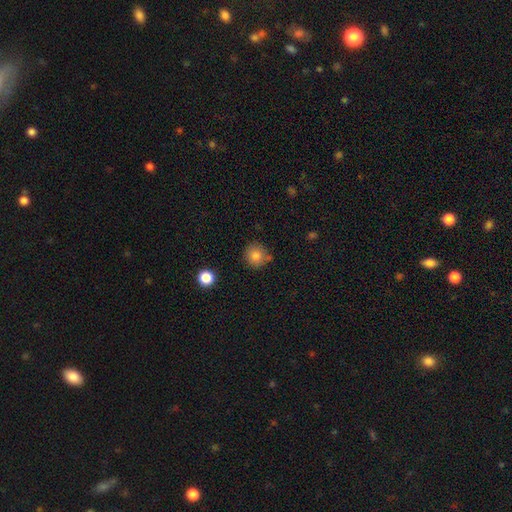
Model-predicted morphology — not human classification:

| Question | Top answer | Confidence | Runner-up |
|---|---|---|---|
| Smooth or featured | smooth | 82% | star or artifact (11%) |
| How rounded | round | 93% | in between (6%) |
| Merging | none | 78% | minor disturbance (12%) |